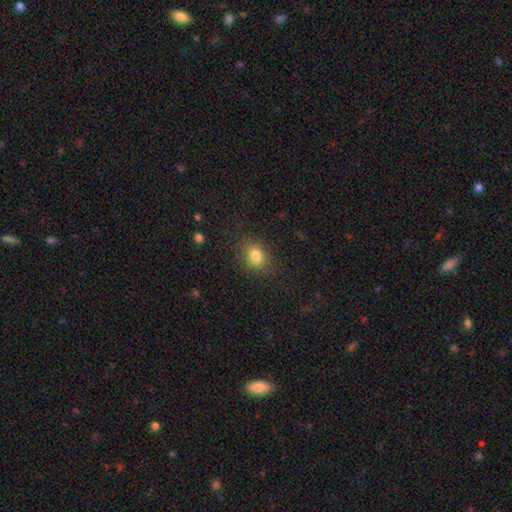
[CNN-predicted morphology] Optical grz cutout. It shows a smooth galaxy with no disk features (82%) that is in between round and cigar-shaped (57%). Merging: none (83%).